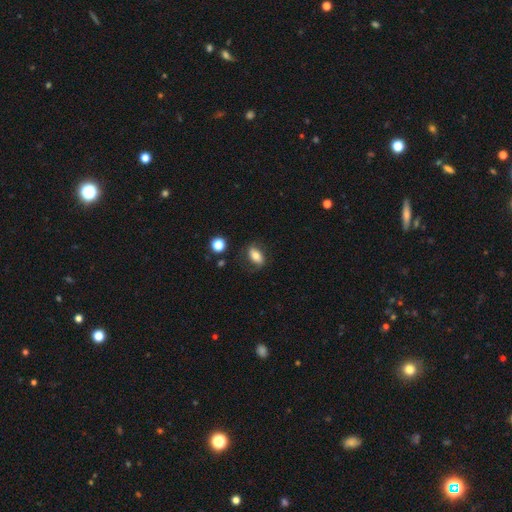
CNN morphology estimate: This appears to be a smooth galaxy with no disk features (69%) that is in between round and cigar-shaped (84%). Merging: none (73%).